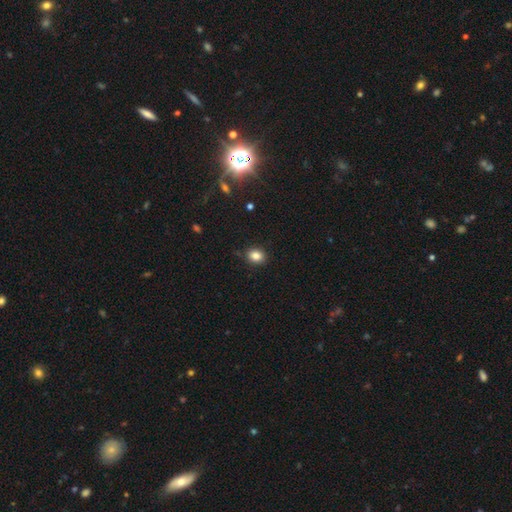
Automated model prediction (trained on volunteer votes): A smooth galaxy with no disk features (85%) that is round (54%).

Vote fractions:
- Smooth or featured? smooth: 85% / star or artifact: 10% / featured or disk: 5%
- How rounded? round: 54% / in between: 45% / cigar-shaped: 1%
- Merging? none: 85% / minor disturbance: 11% / major disturbance: 3% / merger: 2%